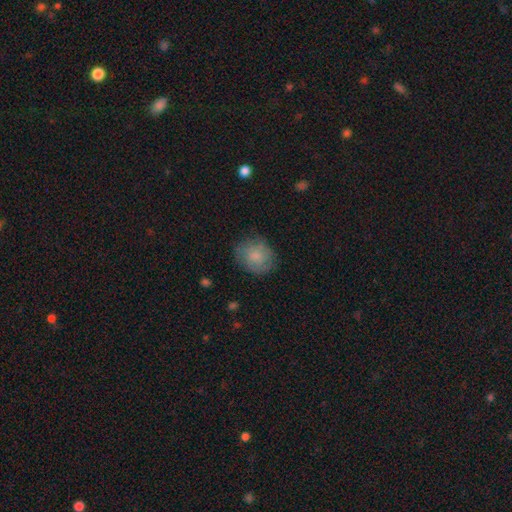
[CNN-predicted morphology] This is likely a smooth galaxy (75%). How rounded: likely round (65%). Merging: likely none (75%).